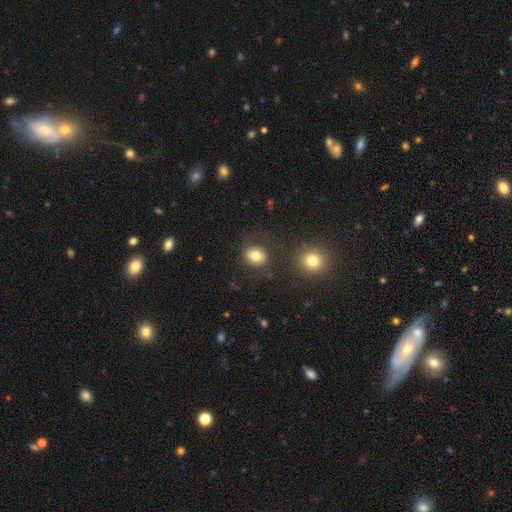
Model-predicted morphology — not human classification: Smooth or featured? Predicted: smooth (p=0.79). How rounded? Predicted: round (p=0.63). Merging? Predicted: none (p=0.81).